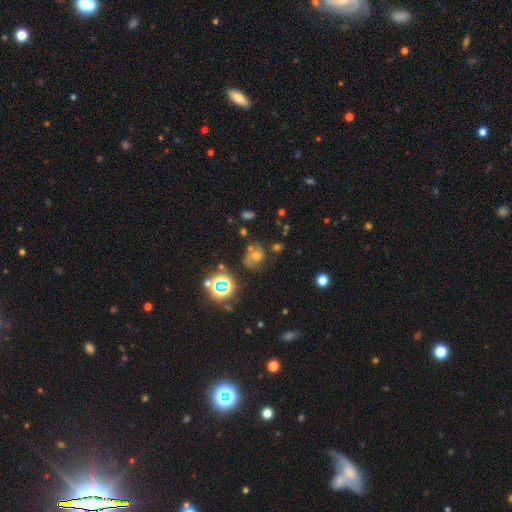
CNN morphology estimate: smooth_or_featured: smooth (p=0.43) [alt: star or artifact p=0.30]
merging: none (p=0.51) [alt: minor disturbance p=0.22]